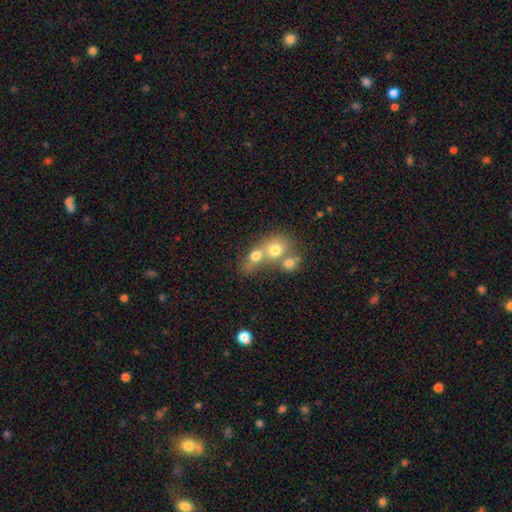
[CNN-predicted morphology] type=smooth (69%); roundness=round (63%); merging=merger (64%).